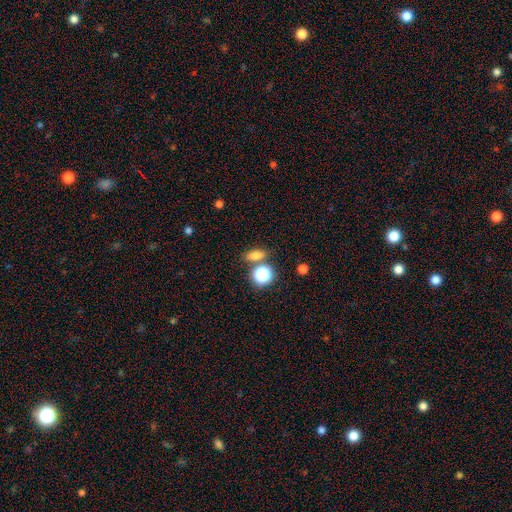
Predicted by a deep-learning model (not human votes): smooth_or_featured: smooth (p=0.73) [alt: star or artifact p=0.17]
how_rounded: in between (p=0.65) [alt: round p=0.26]
merging: none (p=0.72) [alt: merger p=0.14]